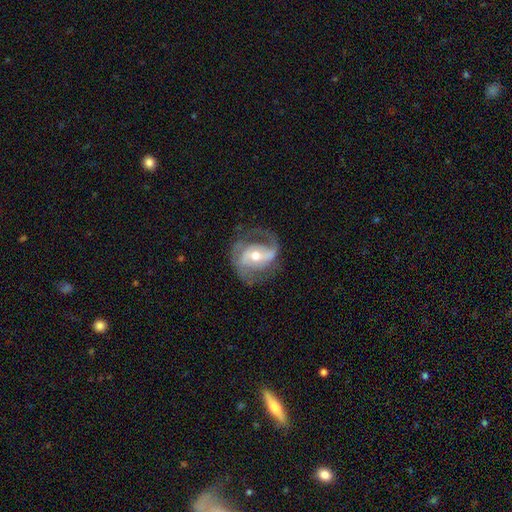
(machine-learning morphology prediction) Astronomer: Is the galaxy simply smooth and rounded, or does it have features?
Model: featured or disk — 84%.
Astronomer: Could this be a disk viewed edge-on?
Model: no — 97%.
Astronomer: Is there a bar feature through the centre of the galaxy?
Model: weak — 39% (runner-up: strong, 35%).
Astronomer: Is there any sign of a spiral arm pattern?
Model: yes — 93%.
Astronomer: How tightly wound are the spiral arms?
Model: medium — 49% (runner-up: loose, 31%).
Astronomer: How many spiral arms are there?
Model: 2 — 77%.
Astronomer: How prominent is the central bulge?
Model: moderate — 62%.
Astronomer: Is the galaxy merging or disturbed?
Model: none — 62%.